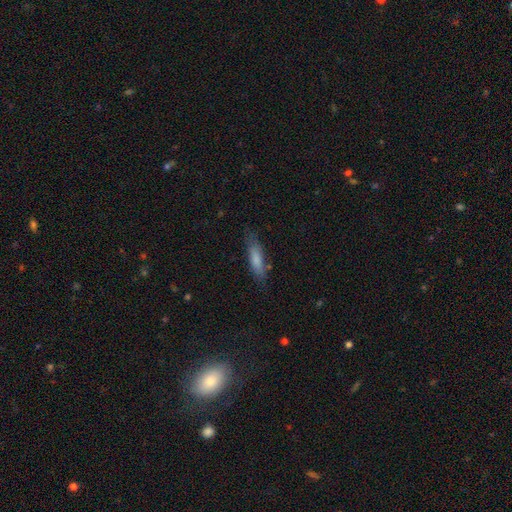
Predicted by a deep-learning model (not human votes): The model was most divided on "smooth or featured": smooth: 62%, featured or disk: 27%, star or artifact: 11%. More confident: merging — none (78%); how rounded — cigar-shaped (73%).